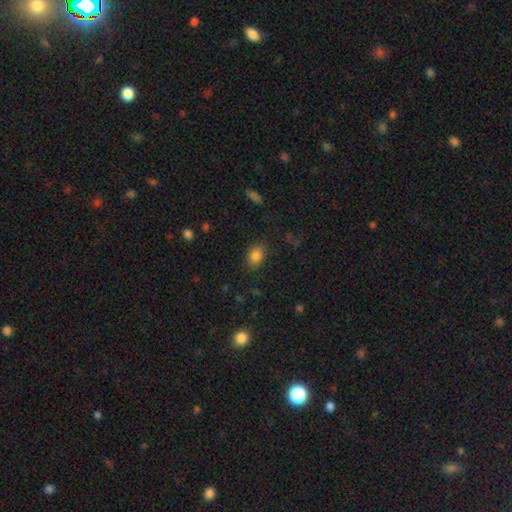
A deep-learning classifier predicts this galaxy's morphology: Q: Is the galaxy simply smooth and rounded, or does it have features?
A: smooth — 84%.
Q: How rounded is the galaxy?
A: in between — 76%.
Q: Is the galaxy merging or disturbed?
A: none — 83%.